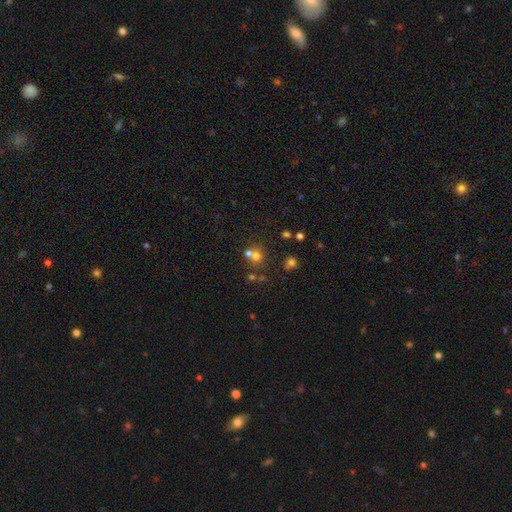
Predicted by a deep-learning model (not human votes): Smooth or featured? Predicted: smooth (p=0.59). How rounded? Predicted: round (p=0.84). Merging? Predicted: none (p=0.48).